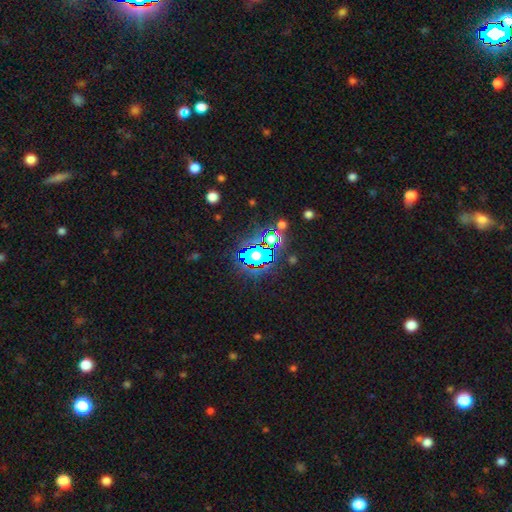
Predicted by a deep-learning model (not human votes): Overall: star or artifact (61%; smooth 27%).